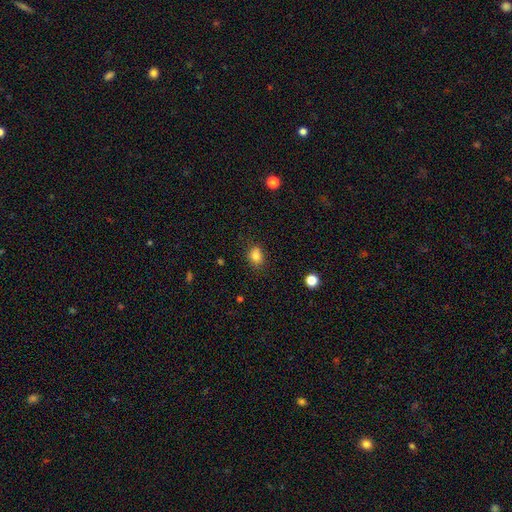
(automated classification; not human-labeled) Morphology: type=smooth (82%); roundness=in between (50%); merging=none (80%).